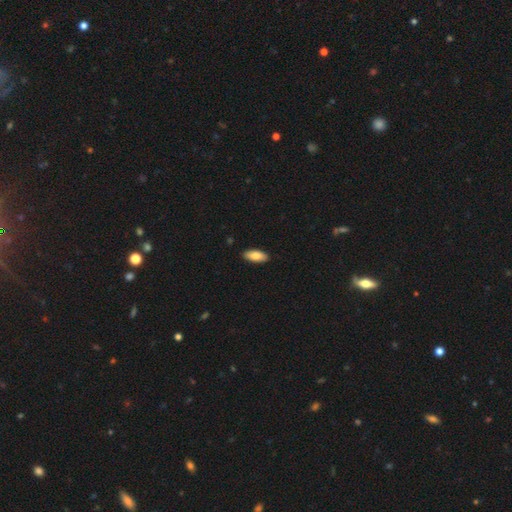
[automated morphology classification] The model was most divided on "how rounded": in between: 82%, cigar-shaped: 17%, round: 2%. More confident: merging — none (90%); smooth or featured — smooth (84%).